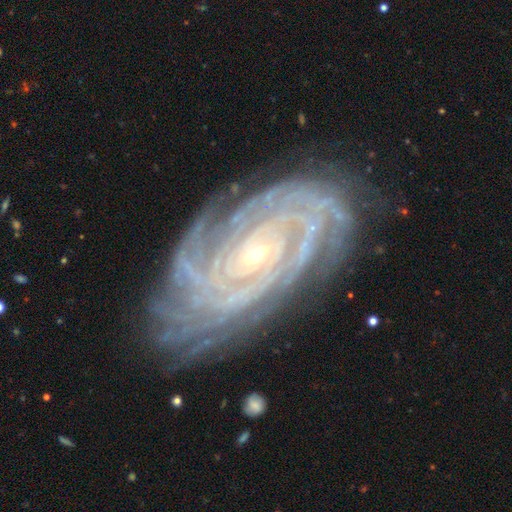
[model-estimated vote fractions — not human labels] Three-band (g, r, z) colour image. It shows a featured or disk galaxy (91%) with no bar (54%), more than 4 (24%) tight (84%) spiral arms (99%) and a small central bulge (81%). Merging: none (79%).